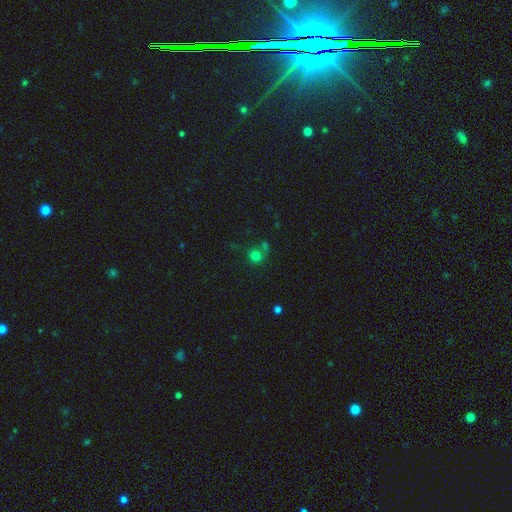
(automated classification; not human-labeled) This is likely a smooth galaxy (74%). How rounded: clearly round (87%). Merging: possibly none (56%).